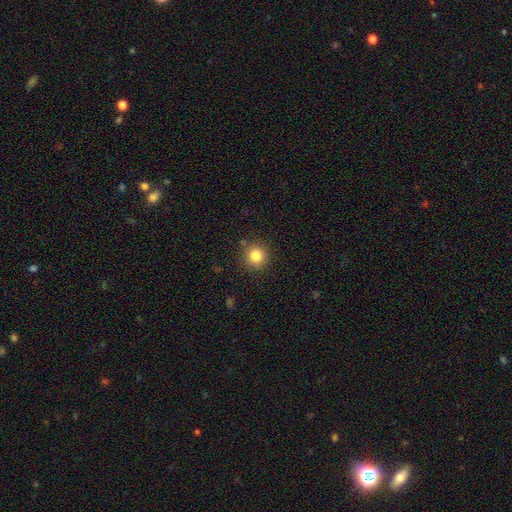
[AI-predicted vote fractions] The model was most divided on "smooth or featured": smooth: 82%, star or artifact: 11%, featured or disk: 6%. More confident: how rounded — round (93%); merging — none (88%).